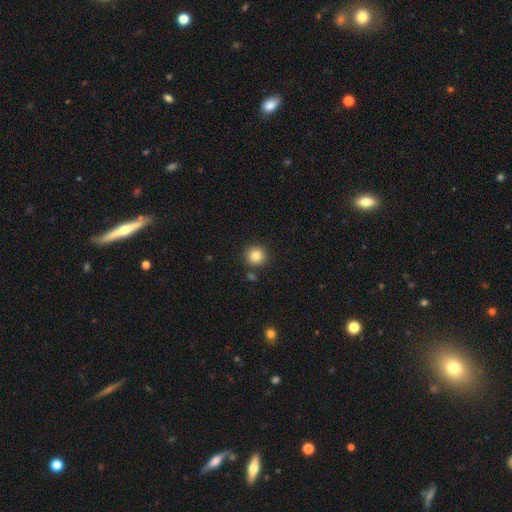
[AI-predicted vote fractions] Smooth or featured? smooth (83%)
How rounded? round (95%)
Merging? none (87%)